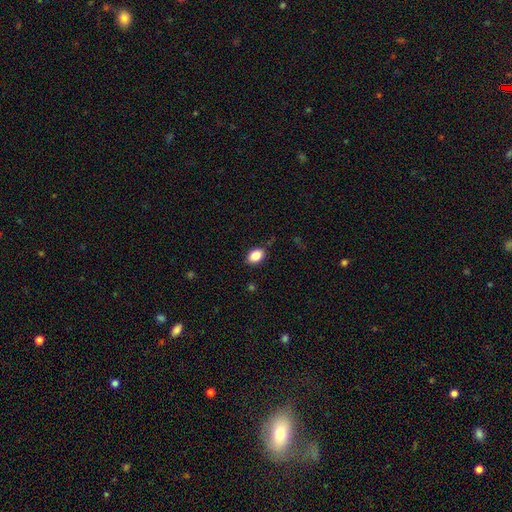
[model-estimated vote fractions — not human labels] smooth_or_featured: smooth (p=0.86) [alt: star or artifact p=0.08]
how_rounded: in between (p=0.83) [alt: round p=0.15]
merging: none (p=0.85) [alt: minor disturbance p=0.11]